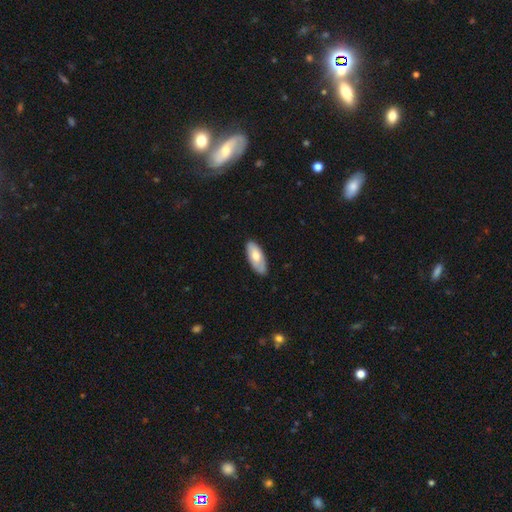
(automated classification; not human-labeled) smooth-or-featured: smooth: 67% | featured or disk: 28% | star or artifact: 5%
  how-rounded: in between: 86% | cigar-shaped: 12% | round: 2%
  merging: none: 84% | minor disturbance: 13% | major disturbance: 2% | merger: 1%